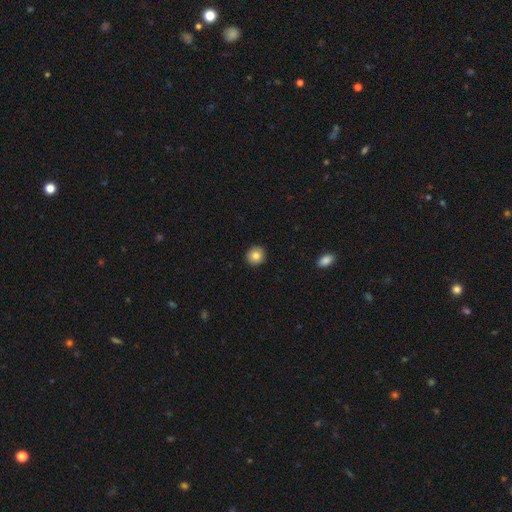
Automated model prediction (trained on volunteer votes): smooth 83%, star or artifact 9%, featured or disk 8%. Down the decision tree: how rounded — round (92%); merging — none (92%).